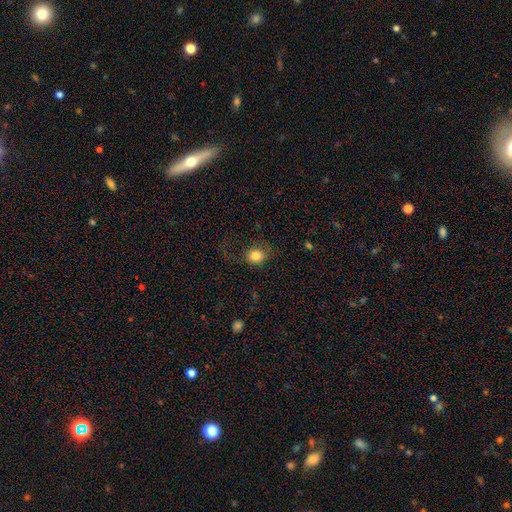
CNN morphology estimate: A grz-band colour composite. It shows a smooth galaxy with no disk features (80%) that is round (68%). Merging: none (48%).